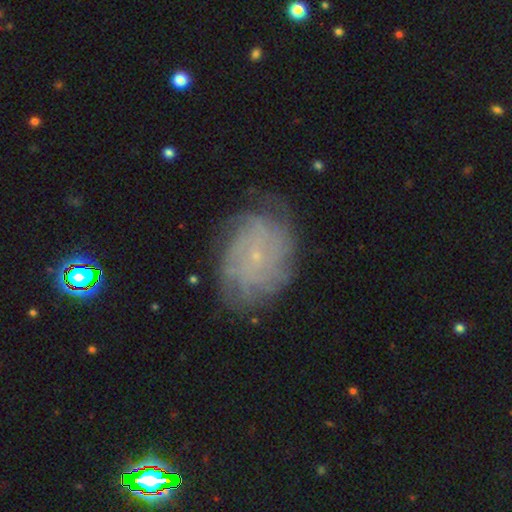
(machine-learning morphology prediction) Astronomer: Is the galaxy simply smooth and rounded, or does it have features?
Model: featured or disk — 66%.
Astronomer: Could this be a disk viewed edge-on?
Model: no — 96%.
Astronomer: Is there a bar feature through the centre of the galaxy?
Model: no — 78%.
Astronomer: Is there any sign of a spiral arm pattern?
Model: yes — 87%.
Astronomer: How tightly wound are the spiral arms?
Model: tight — 67%.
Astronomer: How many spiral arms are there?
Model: can't tell — 53%.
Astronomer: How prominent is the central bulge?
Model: small — 87%.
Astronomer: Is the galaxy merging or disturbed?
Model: none — 76%.